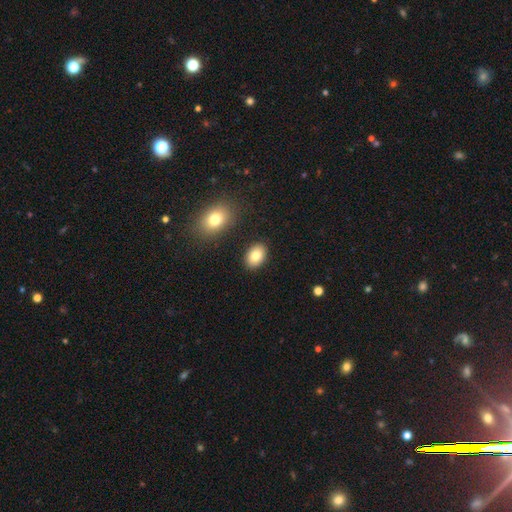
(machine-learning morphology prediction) Q: Smooth or featured?
A: smooth (84%); runner-up: featured or disk (8%)
Q: How rounded?
A: in between (84%); runner-up: round (14%)
Q: Merging?
A: none (87%); runner-up: minor disturbance (8%)